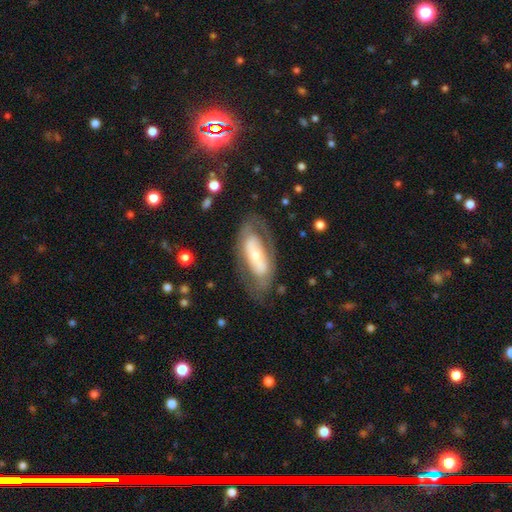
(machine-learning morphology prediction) type=featured or disk (61%); edge-on=no (85%); bar=no (46%); spiral arms=no (55%); bulge=small (46%); merging=none (67%).